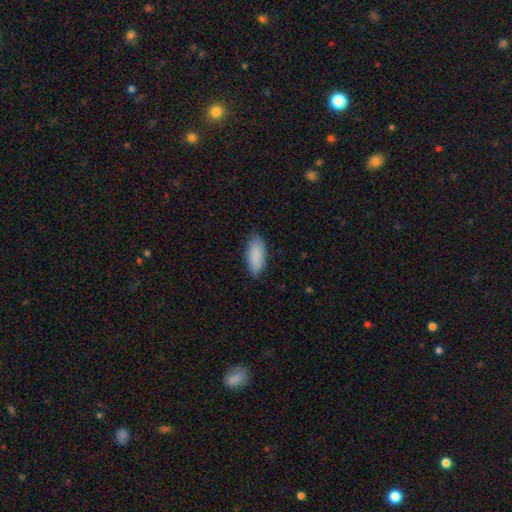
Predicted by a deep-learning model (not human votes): smooth-or-featured: smooth: 89% | star or artifact: 6% | featured or disk: 5%
  how-rounded: in between: 85% | cigar-shaped: 14% | round: 2%
  merging: none: 85% | minor disturbance: 12% | major disturbance: 2% | merger: 1%